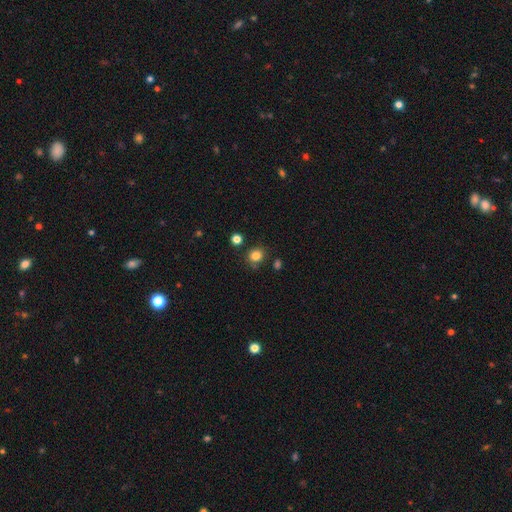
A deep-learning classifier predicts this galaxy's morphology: smooth_or_featured: smooth (p=0.82) [alt: star or artifact p=0.13]
how_rounded: round (p=0.78) [alt: in between p=0.21]
merging: none (p=0.80) [alt: minor disturbance p=0.12]